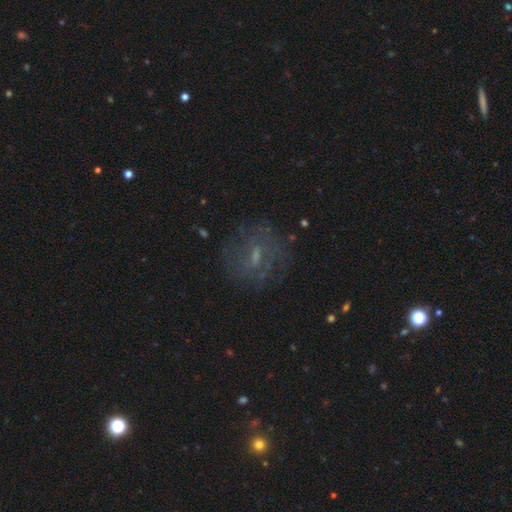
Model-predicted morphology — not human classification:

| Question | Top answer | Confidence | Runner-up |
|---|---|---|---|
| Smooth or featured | featured or disk | 45% | smooth (28%) |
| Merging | none | 79% | minor disturbance (12%) |